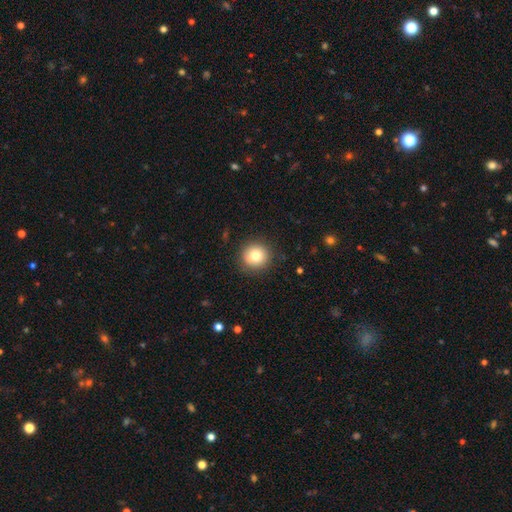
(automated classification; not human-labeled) This is likely a smooth galaxy (80%). How rounded: clearly round (93%). Merging: clearly none (88%).